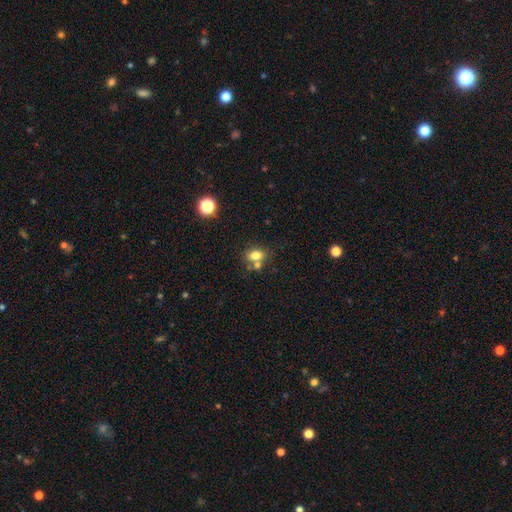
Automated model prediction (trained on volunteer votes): smooth 77%, star or artifact 12%, featured or disk 11%. Down the decision tree: how rounded — in between (72%); merging — none (54%).